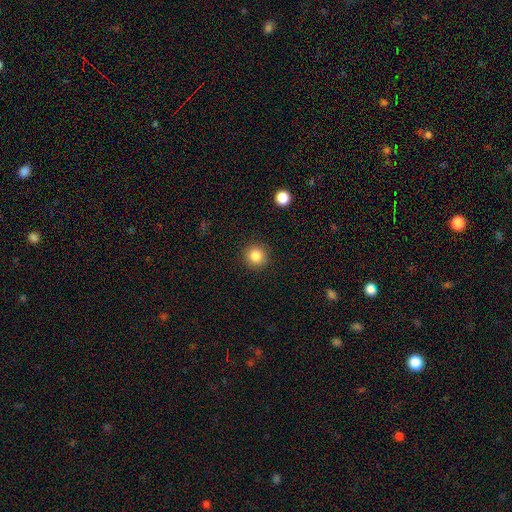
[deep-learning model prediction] Overall: smooth (85%). How rounded: round (94%). Merging: none (91%).